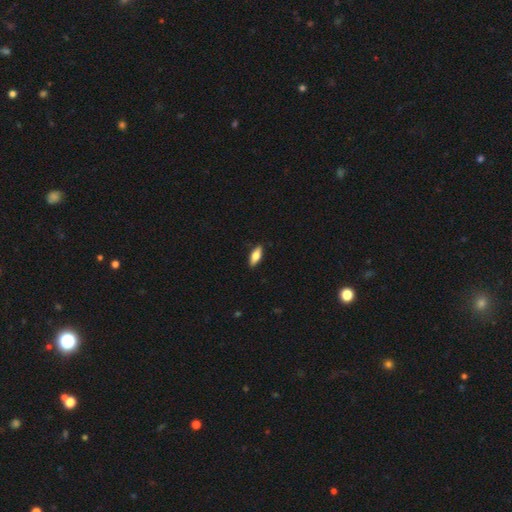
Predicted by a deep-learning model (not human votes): Smooth or featured? smooth (66%)
How rounded? in between (69%)
Merging? none (89%)